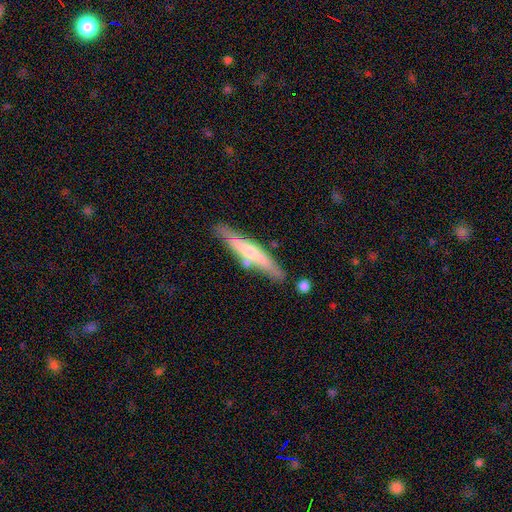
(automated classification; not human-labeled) Smooth or featured?
  - featured or disk: 53% *
  - smooth: 41%
  - star or artifact: 6%
Edge-on disk?
  - yes: 89% *
  - no: 11%
Merging?
  - none: 77% *
  - minor disturbance: 14%
  - merger: 6%
  - major disturbance: 3%